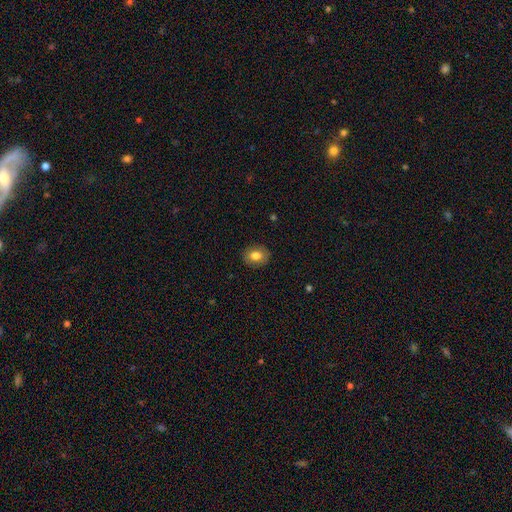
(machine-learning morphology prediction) A smooth galaxy with no disk features (79%) that is in between round and cigar-shaped (55%).

Vote fractions:
- Smooth or featured? smooth: 79% / featured or disk: 12% / star or artifact: 8%
- How rounded? in between: 55% / round: 44% / cigar-shaped: 1%
- Merging? none: 88% / minor disturbance: 9% / major disturbance: 2% / merger: 1%